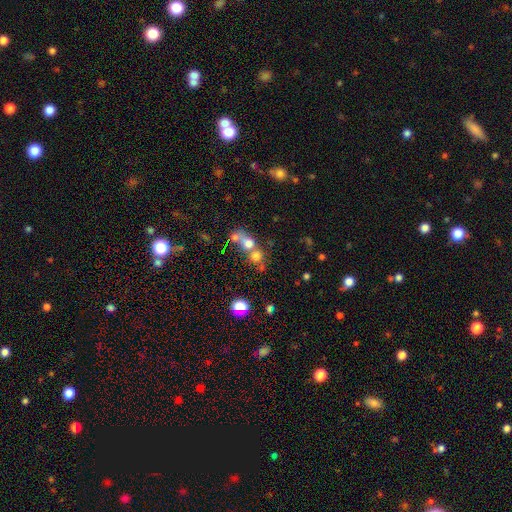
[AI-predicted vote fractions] The model was most divided on "merging": merger: 59%, none: 28%, major disturbance: 7%, minor disturbance: 6%. More confident: how rounded — round (74%); smooth or featured — smooth (65%).